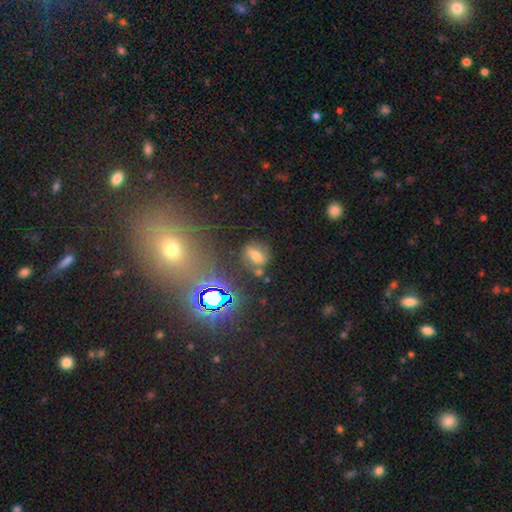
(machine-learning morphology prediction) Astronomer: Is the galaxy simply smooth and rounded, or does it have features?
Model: smooth — 52%.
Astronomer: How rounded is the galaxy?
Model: in between — 61%.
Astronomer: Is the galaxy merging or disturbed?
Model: none — 69%.